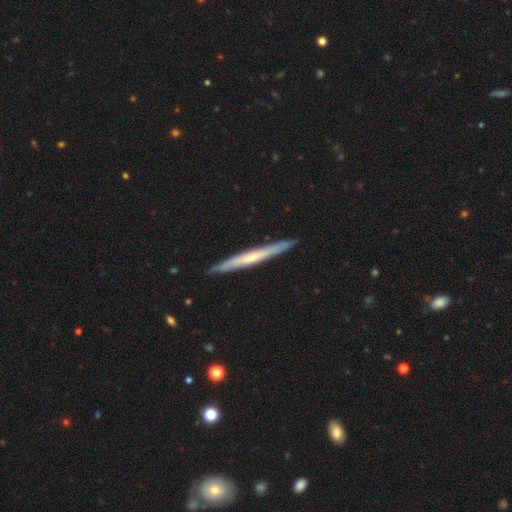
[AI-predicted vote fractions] smooth-or-featured: featured or disk: 60% | smooth: 34% | star or artifact: 6%
  disk-edge-on: yes: 95% | no: 5%
    edge-on-bulge: none: 57% | rounded: 38% | boxy: 5%
  merging: none: 90% | minor disturbance: 8% | major disturbance: 1% | merger: 1%